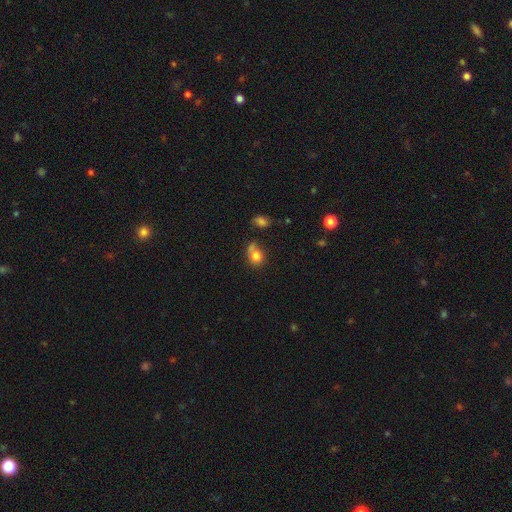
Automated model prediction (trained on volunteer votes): A smooth galaxy with no disk features (79%) that is round (67%).

Vote fractions:
- Smooth or featured? smooth: 79% / star or artifact: 11% / featured or disk: 10%
- How rounded? round: 67% / in between: 32% / cigar-shaped: 1%
- Merging? none: 45% / merger: 26% / minor disturbance: 19% / major disturbance: 10%